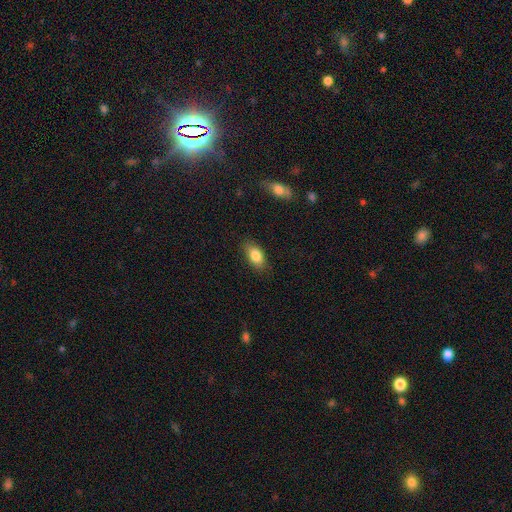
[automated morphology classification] This appears to be a smooth galaxy with no disk features (83%) that is in between round and cigar-shaped (88%). Merging: none (83%).